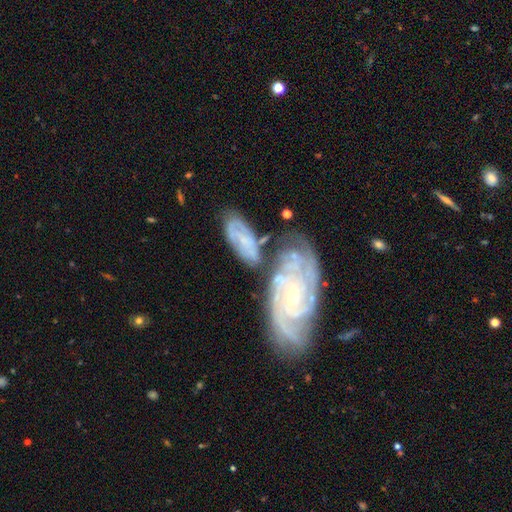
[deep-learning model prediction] featured or disk 84%, smooth 9%, star or artifact 7%. Down the decision tree: edge-on disk — no (94%); bar — no (62%); spiral arms — yes (97%); spiral arm count — 3 (26%); spiral winding — tight (74%); bulge size — small (74%); merging — none (54%).